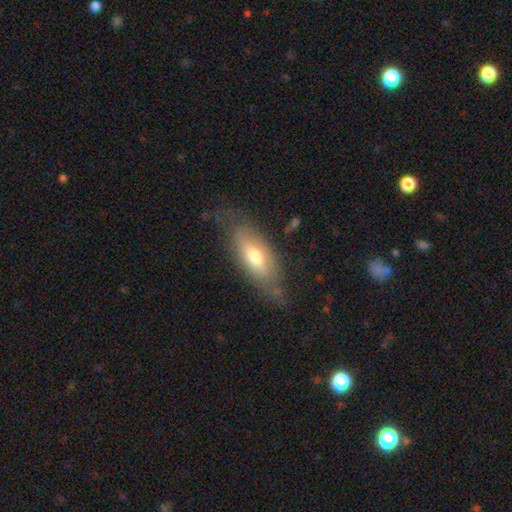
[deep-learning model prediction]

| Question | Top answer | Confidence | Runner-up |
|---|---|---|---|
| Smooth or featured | smooth | 56% | featured or disk (38%) |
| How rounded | in between | 72% | cigar-shaped (25%) |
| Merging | none | 67% | minor disturbance (23%) |